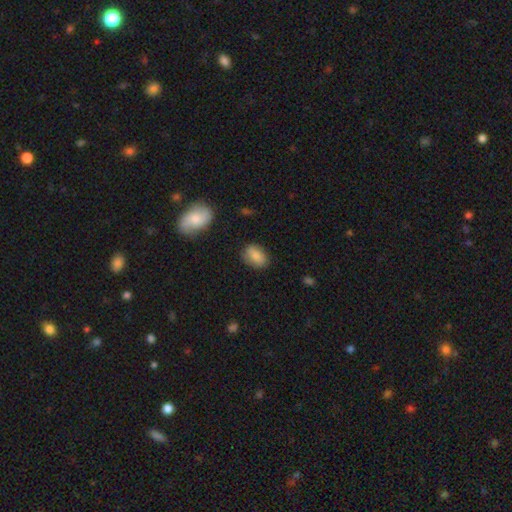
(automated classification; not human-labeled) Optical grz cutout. It shows a smooth galaxy with no disk features (81%) that is in between round and cigar-shaped (84%). Merging: none (80%).